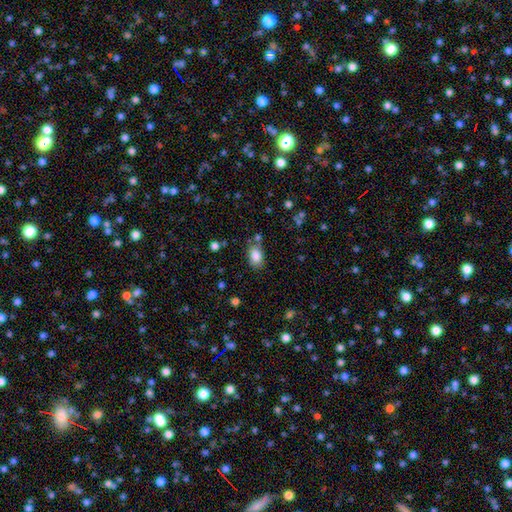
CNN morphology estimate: smooth-or-featured: smooth: 85% | star or artifact: 8% | featured or disk: 7%
  how-rounded: in between: 85% | round: 14% | cigar-shaped: 1%
  merging: none: 72% | minor disturbance: 16% | merger: 8% | major disturbance: 5%